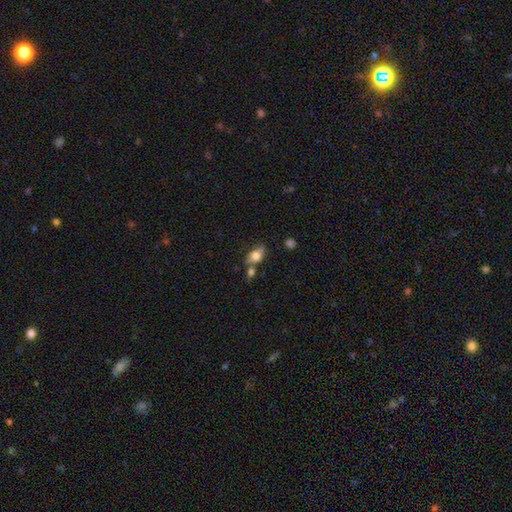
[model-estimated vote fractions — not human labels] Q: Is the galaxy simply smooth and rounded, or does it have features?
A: smooth — 65%.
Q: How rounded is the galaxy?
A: in between — 76%.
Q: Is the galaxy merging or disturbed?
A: none — 47%.